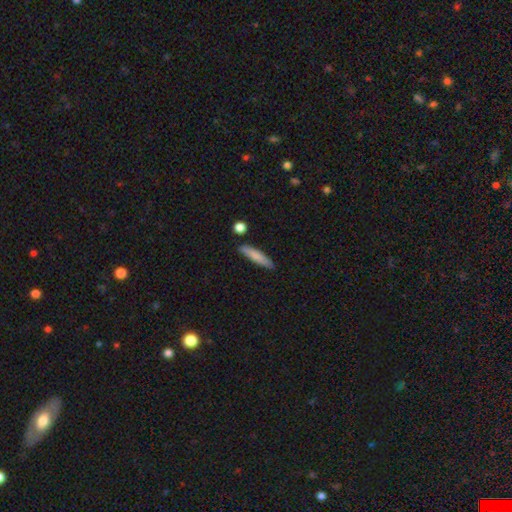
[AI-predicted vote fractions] This appears to be a smooth galaxy with no disk features (77%) that is cigar-shaped (86%). Merging: none (82%).